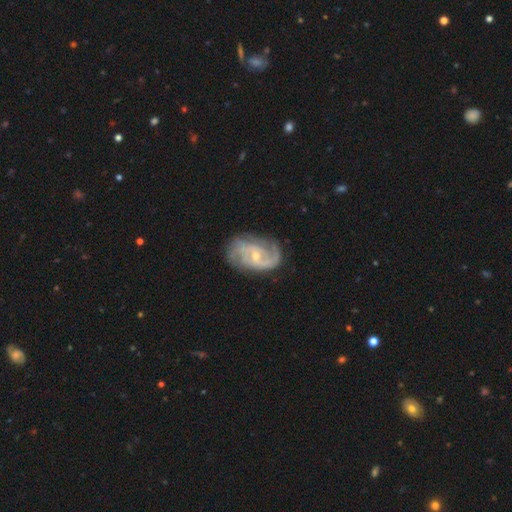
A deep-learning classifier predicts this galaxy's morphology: This is clearly a featured or disk galaxy (87%). It is clearly not viewed edge-on (97%). Bar: possibly no (48%). Spiral arm pattern: clearly yes (96%). Spiral arm count: possibly 2 (53%). Spiral winding: possibly medium (46%). Central bulge: likely small (64%). Merging: likely none (70%).